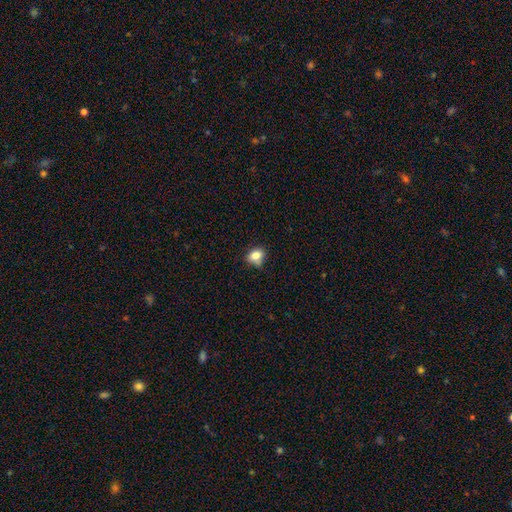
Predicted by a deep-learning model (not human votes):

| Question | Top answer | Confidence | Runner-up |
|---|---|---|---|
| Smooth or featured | smooth | 82% | star or artifact (10%) |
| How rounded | in between | 56% | round (42%) |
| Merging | none | 60% | minor disturbance (27%) |